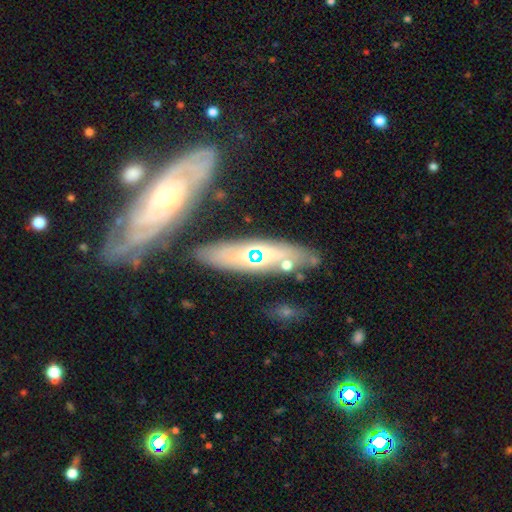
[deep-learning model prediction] A featured or disk galaxy (59%). Merging: none (76%).